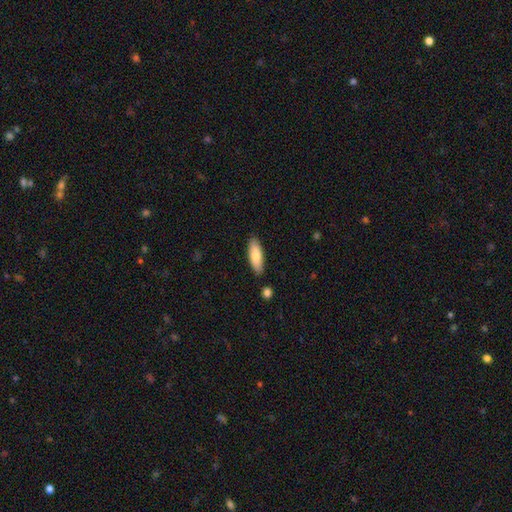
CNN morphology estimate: A smooth galaxy with no disk features (81%) that is in between round and cigar-shaped (57%).

Vote fractions:
- Smooth or featured? smooth: 81% / featured or disk: 14% / star or artifact: 6%
- How rounded? in between: 57% / cigar-shaped: 41% / round: 2%
- Merging? none: 86% / minor disturbance: 10% / merger: 2% / major disturbance: 2%